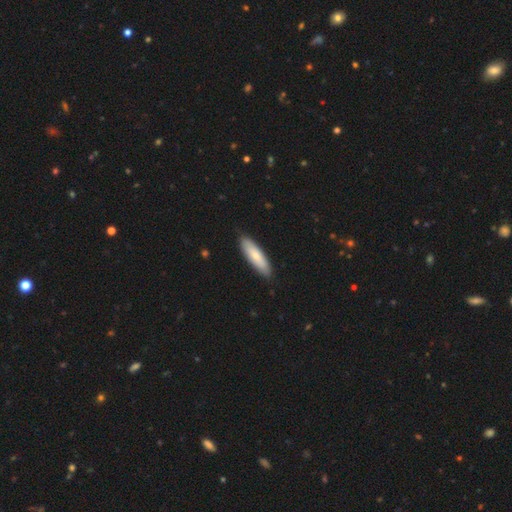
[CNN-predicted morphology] A smooth galaxy with no disk features (75%) that is cigar-shaped (56%).

Vote fractions:
- Smooth or featured? smooth: 75% / featured or disk: 20% / star or artifact: 5%
- How rounded? cigar-shaped: 56% / in between: 43% / round: 2%
- Merging? none: 88% / minor disturbance: 10% / major disturbance: 2% / merger: 1%